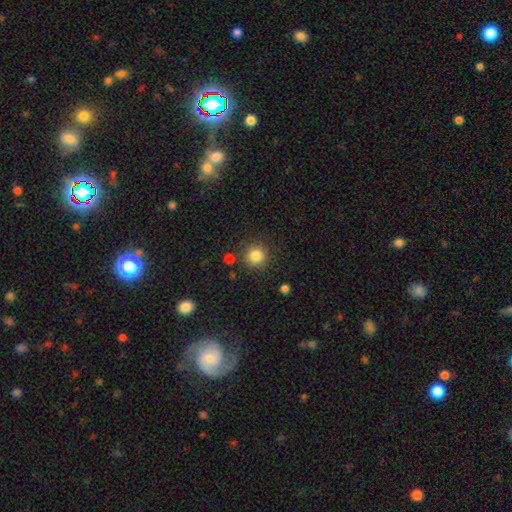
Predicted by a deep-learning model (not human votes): smooth 84%, star or artifact 11%, featured or disk 5%. Down the decision tree: how rounded — round (94%); merging — none (87%).